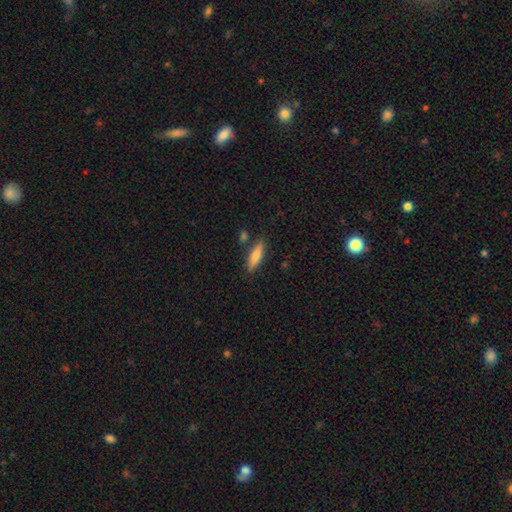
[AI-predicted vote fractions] Smooth or featured? Predicted: smooth (p=0.76). How rounded? Predicted: cigar-shaped (p=0.64). Merging? Predicted: none (p=0.81).